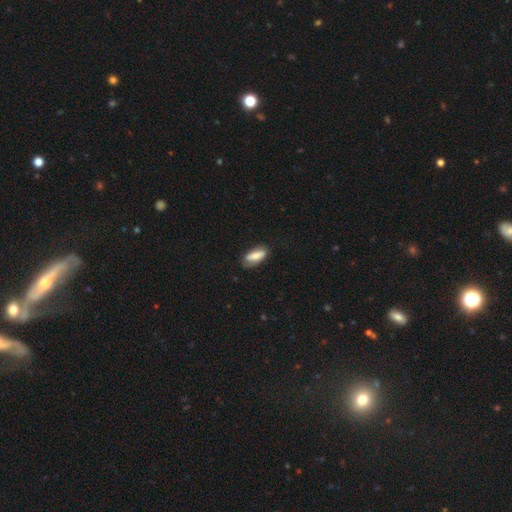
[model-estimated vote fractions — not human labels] smooth_or_featured: smooth (p=0.75) [alt: featured or disk p=0.19]
how_rounded: in between (p=0.73) [alt: cigar-shaped p=0.25]
merging: none (p=0.70) [alt: minor disturbance p=0.23]